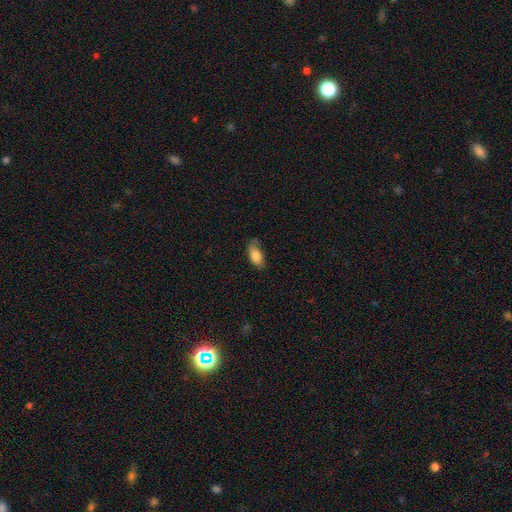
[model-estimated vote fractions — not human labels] A smooth galaxy with no disk features (84%) that is in between round and cigar-shaped (90%). Merging: none (63%).